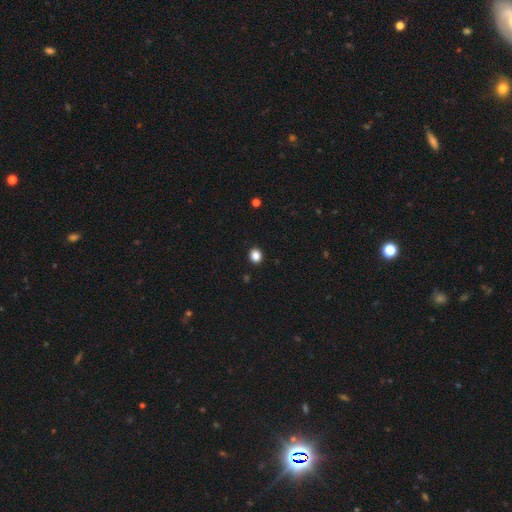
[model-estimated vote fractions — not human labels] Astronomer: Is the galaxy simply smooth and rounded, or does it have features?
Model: smooth — 86%.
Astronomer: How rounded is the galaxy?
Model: round — 74%.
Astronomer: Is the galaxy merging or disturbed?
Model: none — 93%.